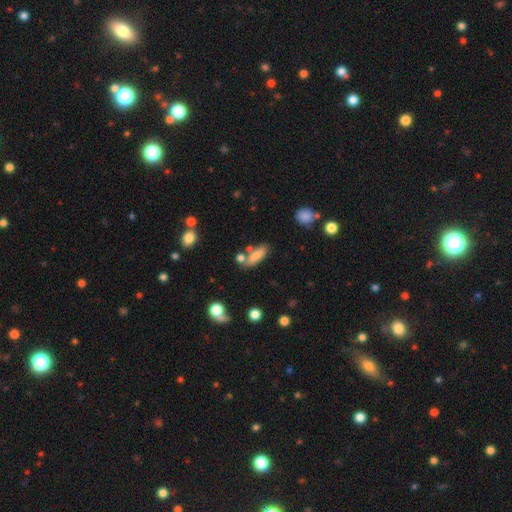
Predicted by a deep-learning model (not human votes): A smooth galaxy with no disk features (80%) that is in between round and cigar-shaped (63%). Merging: none (64%).